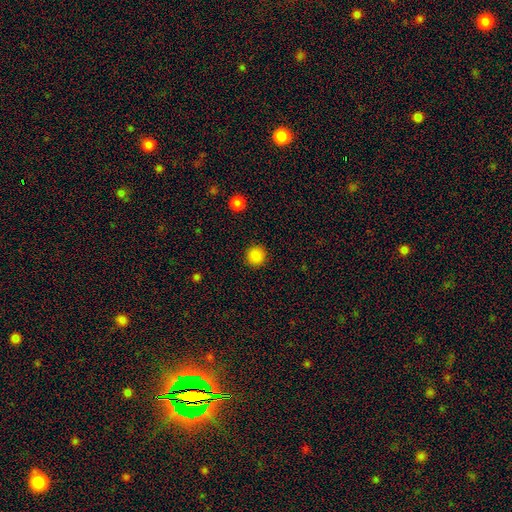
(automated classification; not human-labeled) Smooth or featured? smooth (86%)
How rounded? round (95%)
Merging? none (92%)